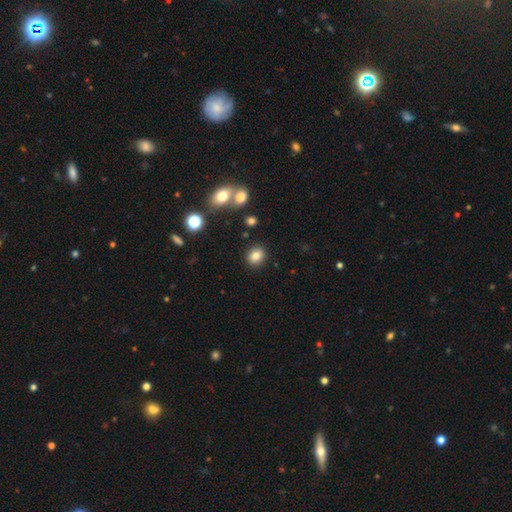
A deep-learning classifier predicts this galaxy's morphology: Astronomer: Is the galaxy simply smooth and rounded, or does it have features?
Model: smooth — 84%.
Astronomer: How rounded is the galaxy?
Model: round — 66%.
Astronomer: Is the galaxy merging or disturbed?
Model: none — 87%.